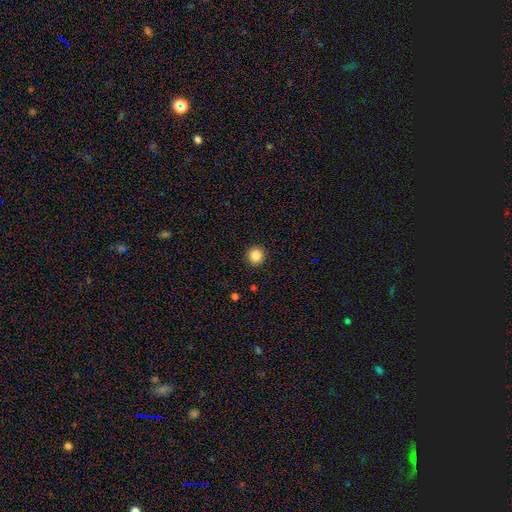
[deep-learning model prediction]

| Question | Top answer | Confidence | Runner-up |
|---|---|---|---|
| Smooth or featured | smooth | 86% | star or artifact (10%) |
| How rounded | round | 94% | in between (5%) |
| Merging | none | 92% | minor disturbance (5%) |